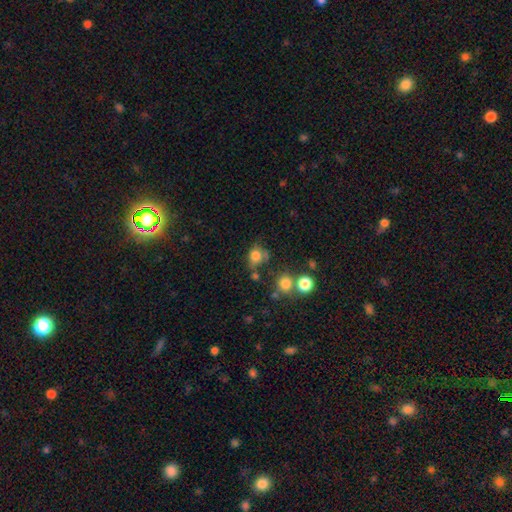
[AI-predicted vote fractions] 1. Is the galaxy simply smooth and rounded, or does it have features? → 76% smooth, 13% star or artifact, 11% featured or disk.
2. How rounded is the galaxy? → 57% round, 42% in between, 1% cigar-shaped.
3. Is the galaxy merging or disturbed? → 48% none, 23% minor disturbance, 16% merger, 13% major disturbance.